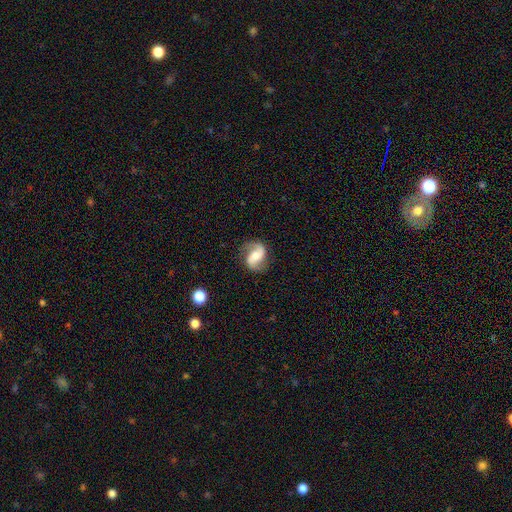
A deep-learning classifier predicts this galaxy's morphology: Smooth or featured? Predicted: featured or disk (p=0.81). Edge-on disk? Predicted: no (p=0.98). Bar? Predicted: weak (p=0.40). Spiral arms? Predicted: yes (p=0.96). Spiral winding? Predicted: loose (p=0.44). Spiral arm count? Predicted: 2 (p=0.90). Bulge size? Predicted: moderate (p=0.48). Merging? Predicted: none (p=0.78).